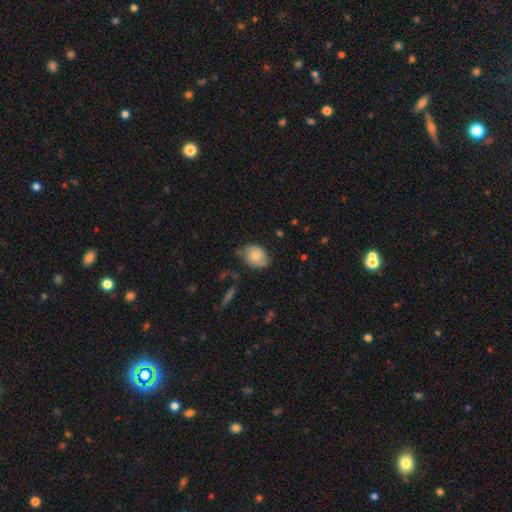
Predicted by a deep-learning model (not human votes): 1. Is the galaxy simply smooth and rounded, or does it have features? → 79% smooth, 13% featured or disk, 7% star or artifact.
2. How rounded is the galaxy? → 67% in between, 32% round, 1% cigar-shaped.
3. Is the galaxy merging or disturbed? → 59% none, 32% minor disturbance, 7% major disturbance, 2% merger.